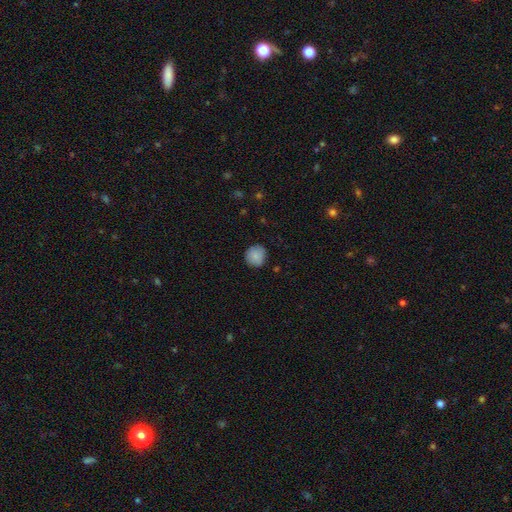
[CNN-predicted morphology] Smooth or featured? smooth (85%)
How rounded? round (91%)
Merging? none (85%)